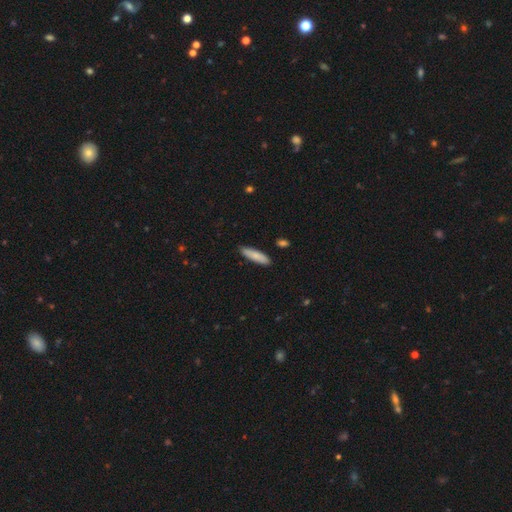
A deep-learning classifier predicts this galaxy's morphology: smooth_or_featured: smooth (p=0.81) [alt: featured or disk p=0.14]
how_rounded: cigar-shaped (p=0.70) [alt: in between p=0.28]
merging: none (p=0.88) [alt: minor disturbance p=0.09]